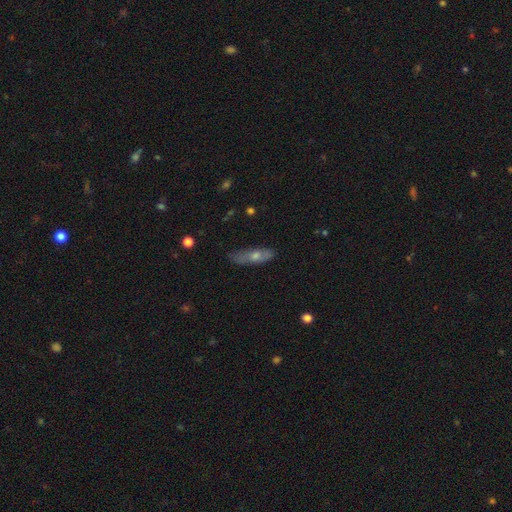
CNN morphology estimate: Smooth or featured?
  - smooth: 48% *
  - featured or disk: 43%
  - star or artifact: 9%
Merging?
  - none: 77% *
  - minor disturbance: 18%
  - major disturbance: 4%
  - merger: 2%